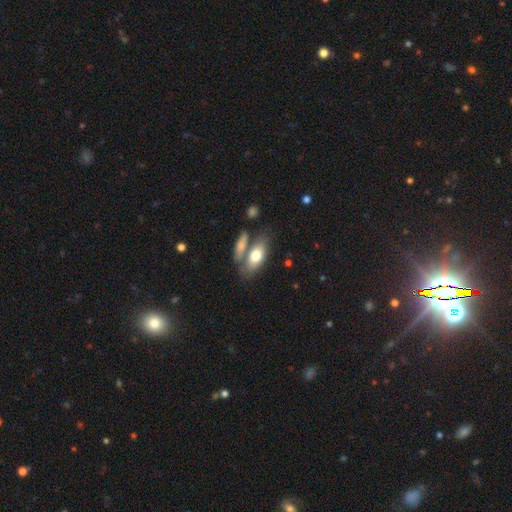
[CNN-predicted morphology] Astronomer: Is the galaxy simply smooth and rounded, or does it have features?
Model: smooth — 71%.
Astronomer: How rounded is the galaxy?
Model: in between — 82%.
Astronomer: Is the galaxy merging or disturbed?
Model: none — 49% (runner-up: merger, 32%).